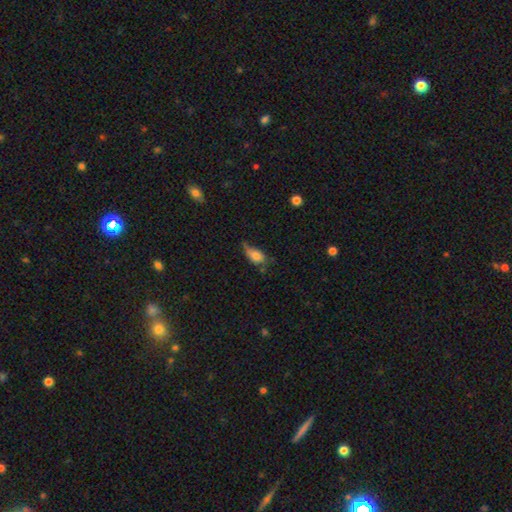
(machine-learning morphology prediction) smooth_or_featured: smooth (p=0.71) [alt: featured or disk p=0.20]
how_rounded: in between (p=0.84) [alt: cigar-shaped p=0.08]
merging: minor disturbance (p=0.39) [alt: none p=0.35]